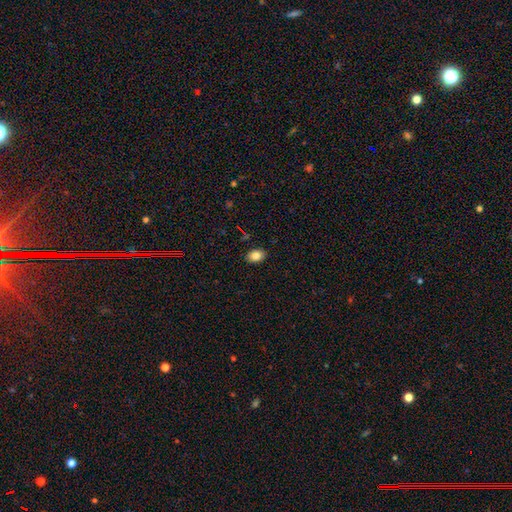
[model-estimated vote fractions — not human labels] This appears to be a smooth galaxy with no disk features (84%) that is in between round and cigar-shaped (83%). Merging: none (88%).